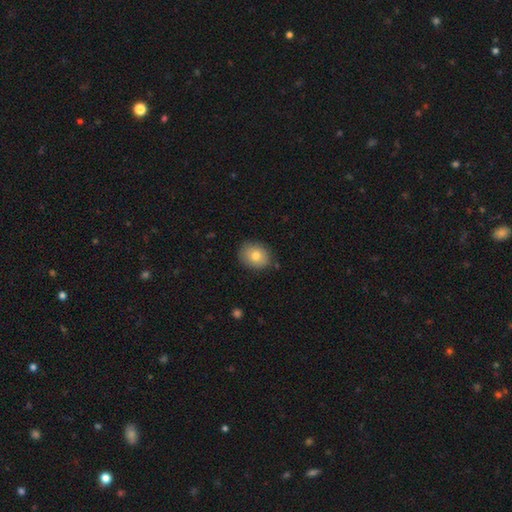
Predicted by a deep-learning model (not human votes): Overall: smooth (78%). How rounded: in between (54%; round 45%). Merging: none (82%).